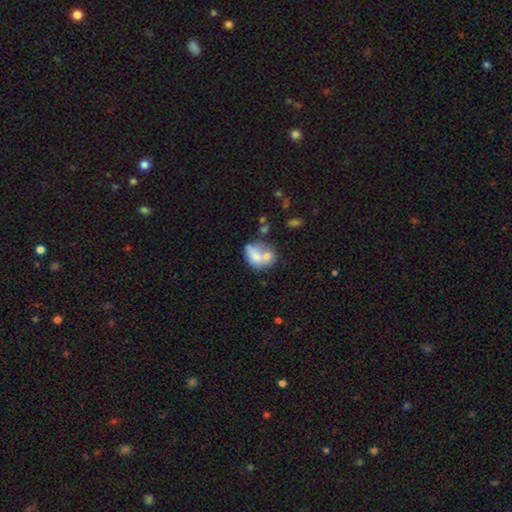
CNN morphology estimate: Smooth or featured? smooth (63%)
How rounded? in between (61%)
Merging? merger (53%)